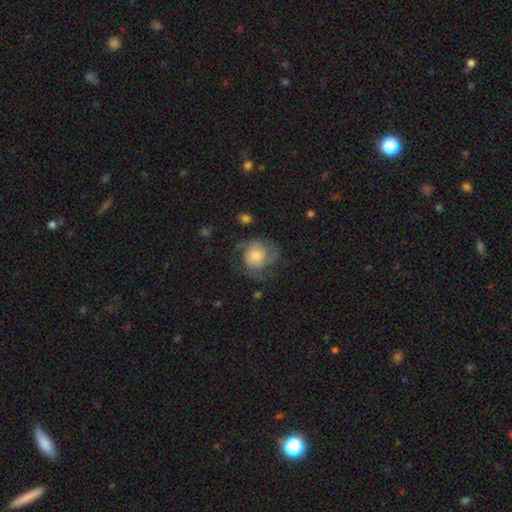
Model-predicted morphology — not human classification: smooth_or_featured: featured or disk (p=0.61) [alt: smooth p=0.32]
disk_edge_on: no (p=0.98) [alt: yes p=0.02]
bar: no (p=0.78) [alt: weak p=0.19]
has_spiral_arms: yes (p=0.88) [alt: no p=0.12]
spiral_winding: medium (p=0.42) [alt: tight p=0.40]
spiral_arm_count: 2 (p=0.40) [alt: can't tell p=0.23]
bulge_size: moderate (p=0.48) [alt: small p=0.27]
merging: none (p=0.60) [alt: minor disturbance p=0.21]